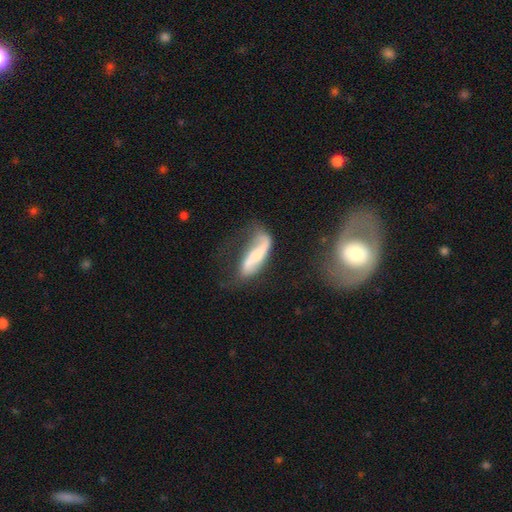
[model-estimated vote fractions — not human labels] Smooth or featured? featured or disk (58%)
Edge-on disk? no (81%)
Merging? none (37%)